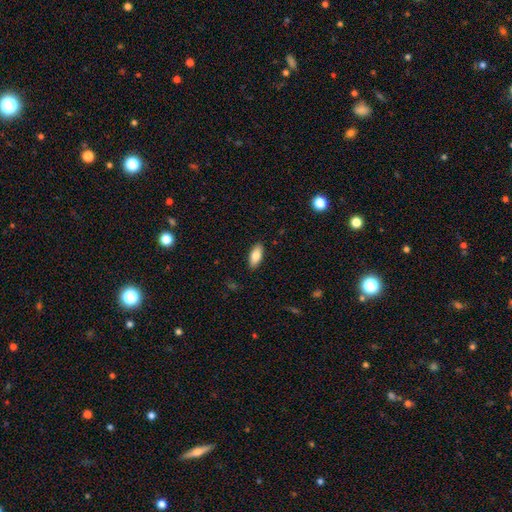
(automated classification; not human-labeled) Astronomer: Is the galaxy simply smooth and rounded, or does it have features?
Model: smooth — 82%.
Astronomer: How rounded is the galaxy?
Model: in between — 85%.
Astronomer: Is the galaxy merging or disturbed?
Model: none — 88%.